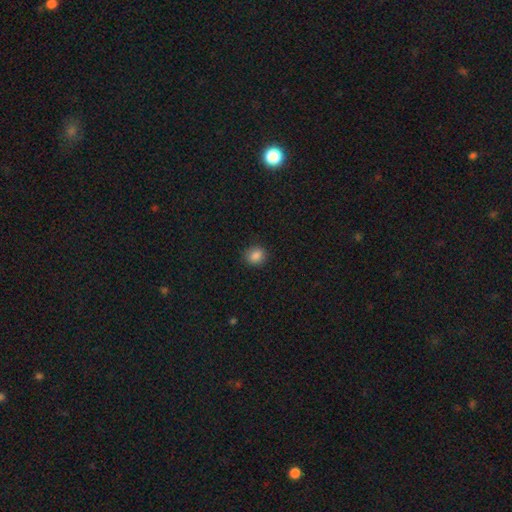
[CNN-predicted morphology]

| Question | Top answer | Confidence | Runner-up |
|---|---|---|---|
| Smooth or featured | smooth | 85% | star or artifact (11%) |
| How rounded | round | 72% | in between (27%) |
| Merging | none | 87% | minor disturbance (9%) |